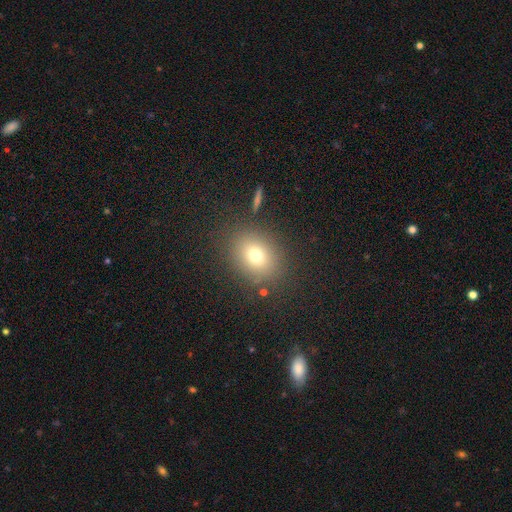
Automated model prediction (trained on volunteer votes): Overall: smooth (72%). How rounded: in between (50%; round 49%). Merging: none (83%).